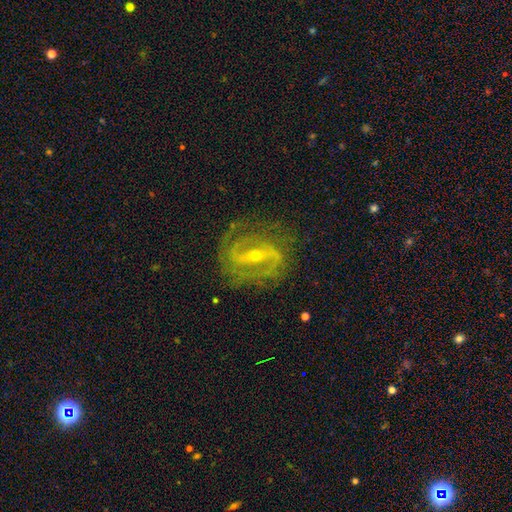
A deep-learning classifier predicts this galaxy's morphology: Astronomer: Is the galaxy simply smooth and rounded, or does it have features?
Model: featured or disk — 89%.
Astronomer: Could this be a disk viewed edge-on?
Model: no — 95%.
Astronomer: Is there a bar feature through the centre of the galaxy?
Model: strong — 60%.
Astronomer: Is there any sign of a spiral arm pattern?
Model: yes — 94%.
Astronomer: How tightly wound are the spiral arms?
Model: medium — 49% (runner-up: tight, 36%).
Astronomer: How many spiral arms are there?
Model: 2 — 73%.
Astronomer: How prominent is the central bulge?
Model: small — 68%.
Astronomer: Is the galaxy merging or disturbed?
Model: none — 73%.